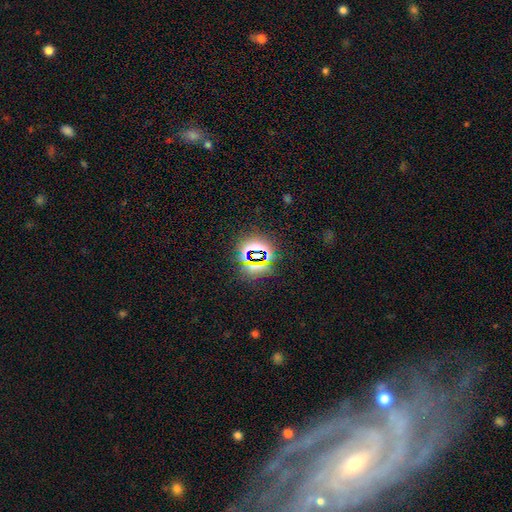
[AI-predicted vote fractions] The model was most divided on "smooth or featured": star or artifact: 75%, smooth: 16%, featured or disk: 9%.